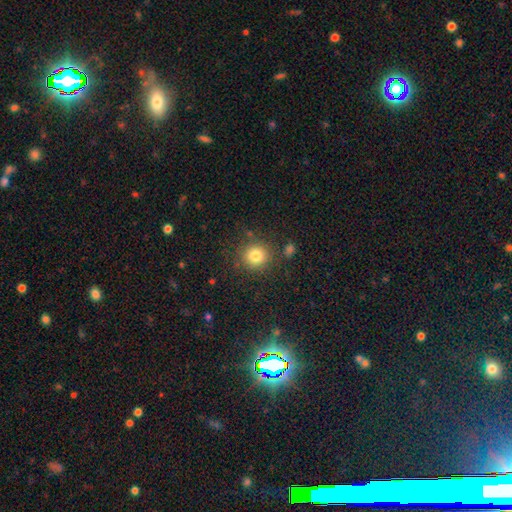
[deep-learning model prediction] This appears to be a smooth galaxy with no disk features (81%) that is round (92%). Merging: none (84%).